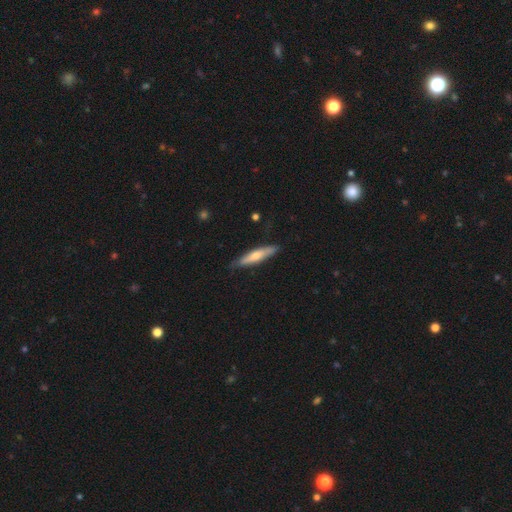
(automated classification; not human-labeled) Smooth or featured? smooth (58%)
How rounded? cigar-shaped (84%)
Merging? none (81%)